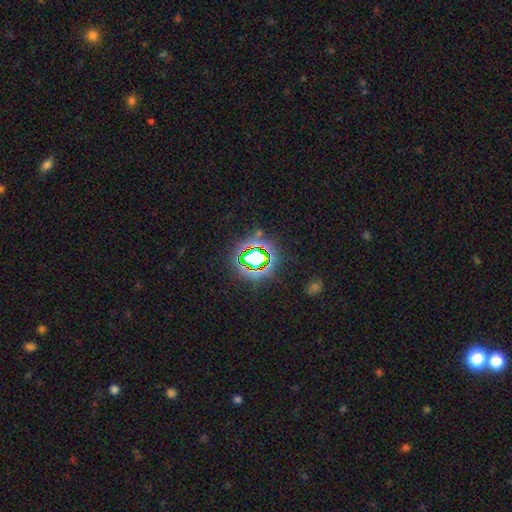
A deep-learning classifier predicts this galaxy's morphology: type=star or artifact (67%).